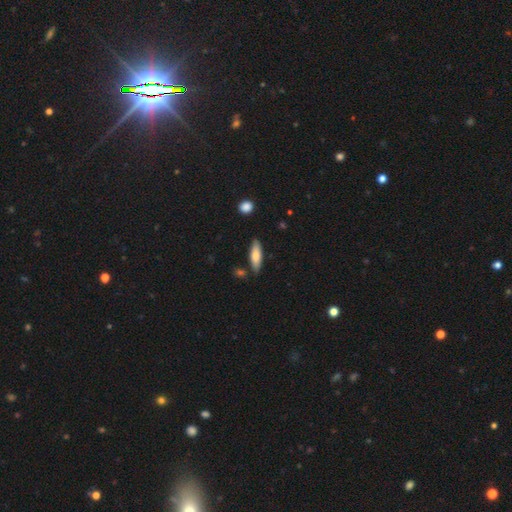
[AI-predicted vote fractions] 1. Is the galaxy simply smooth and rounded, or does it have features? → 72% smooth, 22% featured or disk, 6% star or artifact.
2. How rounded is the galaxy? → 54% cigar-shaped, 44% in between, 2% round.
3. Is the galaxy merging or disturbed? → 82% none, 12% minor disturbance, 4% merger, 2% major disturbance.